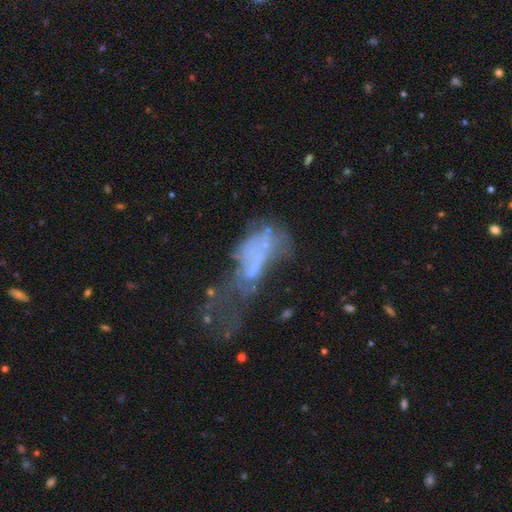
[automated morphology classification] Overall: featured or disk (49%; smooth 33%). Merging: major disturbance (51%; merger 25%).